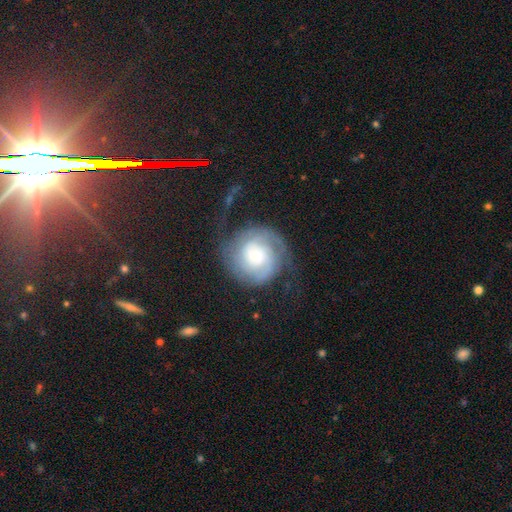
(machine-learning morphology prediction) smooth-or-featured: featured or disk: 75% | smooth: 18% | star or artifact: 7%
  disk-edge-on: no: 98% | yes: 2%
    bar: no: 66% | weak: 28% | strong: 6%
    has-spiral-arms: yes: 95% | no: 5%
      spiral-winding: tight: 55% | medium: 33% | loose: 12%
      spiral-arm-count: 2: 61% | can't tell: 16% | 3: 10% | 1: 5% | 4: 4% | more than 4: 4%
    bulge-size: moderate: 30% (tied) | large: 30% (tied) | small: 24% | none: 8% | dominant: 7%
  merging: none: 61% | minor disturbance: 19% | major disturbance: 19% | merger: 2%